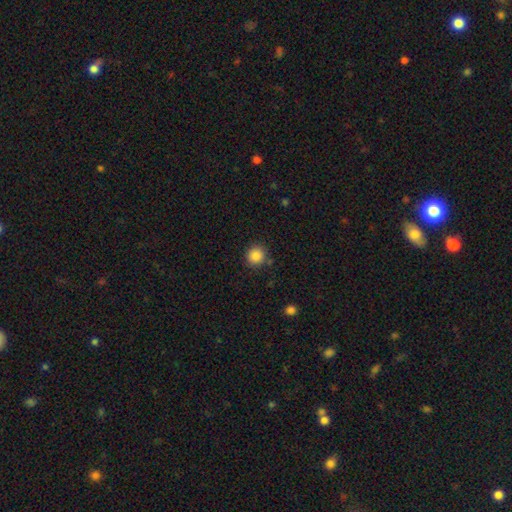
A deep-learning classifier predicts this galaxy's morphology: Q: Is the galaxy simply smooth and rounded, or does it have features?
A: smooth — 87%.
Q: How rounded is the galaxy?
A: round — 91%.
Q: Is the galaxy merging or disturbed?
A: none — 86%.